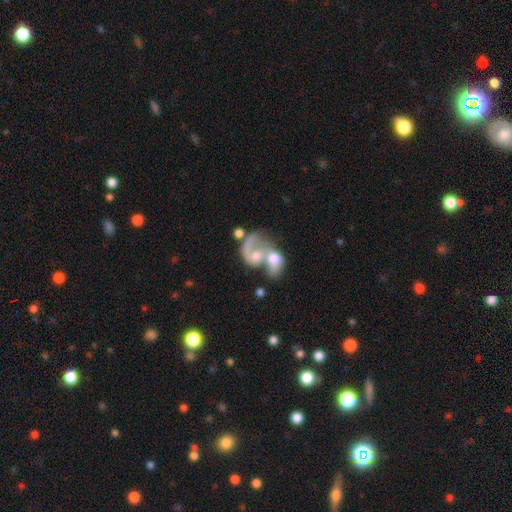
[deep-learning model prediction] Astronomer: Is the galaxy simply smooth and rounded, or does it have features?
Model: featured or disk — 57% (runner-up: smooth, 36%).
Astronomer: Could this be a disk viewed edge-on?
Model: no — 97%.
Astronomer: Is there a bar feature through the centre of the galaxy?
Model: no — 76%.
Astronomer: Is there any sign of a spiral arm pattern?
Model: yes — 62% (runner-up: no, 38%).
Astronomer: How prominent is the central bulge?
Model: moderate — 54%.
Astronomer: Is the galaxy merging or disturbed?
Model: merger — 79%.